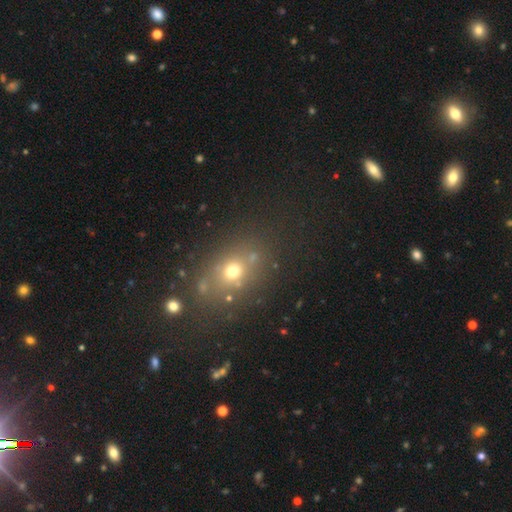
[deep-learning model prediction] Morphology: type=smooth (52%); roundness=round (49%); merging=none (74%).